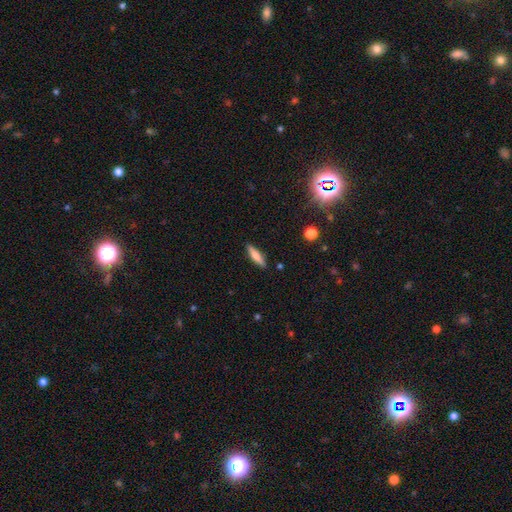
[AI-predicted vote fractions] Overall: smooth (69%). How rounded: cigar-shaped (72%). Merging: none (89%).